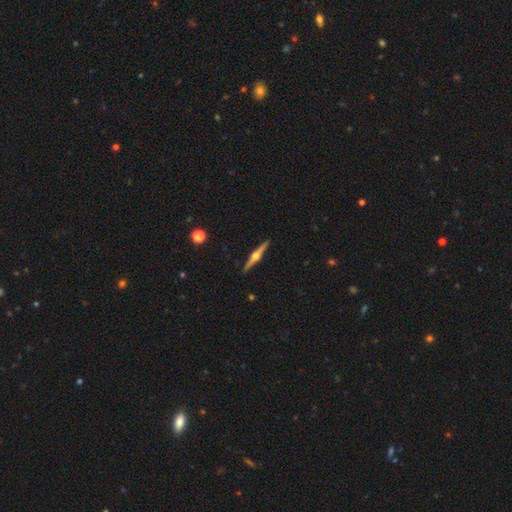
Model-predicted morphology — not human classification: Overall: featured or disk (82%). Edge-on disk: yes (98%). Edge-on bulge: rounded (95%). Merging: none (92%).